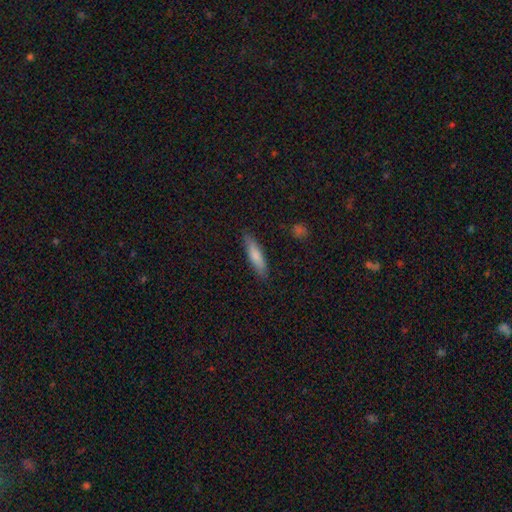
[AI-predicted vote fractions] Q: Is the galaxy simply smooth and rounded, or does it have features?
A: smooth — 78%.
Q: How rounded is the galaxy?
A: cigar-shaped — 73%.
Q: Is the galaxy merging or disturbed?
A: none — 87%.